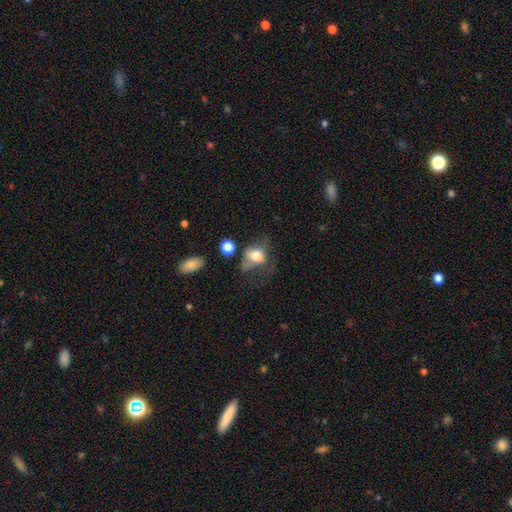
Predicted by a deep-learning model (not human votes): smooth-or-featured: smooth: 66% | featured or disk: 24% | star or artifact: 10%
  how-rounded: in between: 60% | round: 38% | cigar-shaped: 2%
  merging: major disturbance: 42% | none: 27% | minor disturbance: 23% | merger: 8%